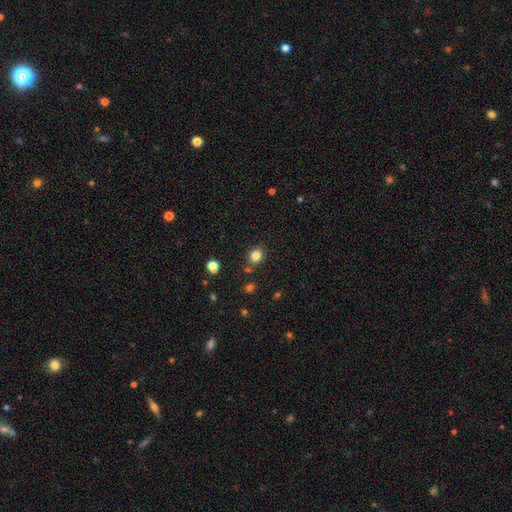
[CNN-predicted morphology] Overall: smooth (82%). How rounded: round (72%). Merging: none (82%).